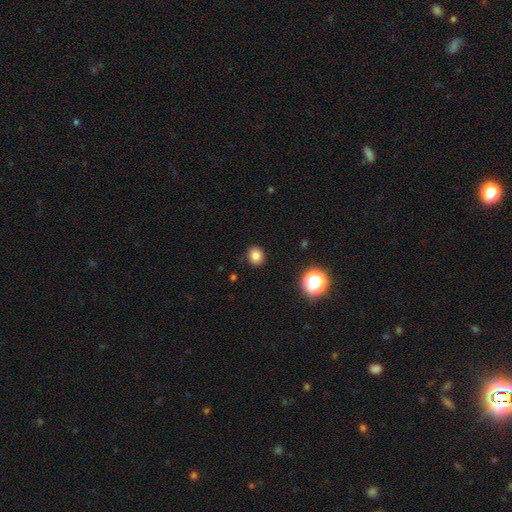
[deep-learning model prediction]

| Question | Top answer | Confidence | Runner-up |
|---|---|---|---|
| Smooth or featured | smooth | 82% | star or artifact (13%) |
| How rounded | round | 72% | in between (27%) |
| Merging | none | 89% | minor disturbance (7%) |